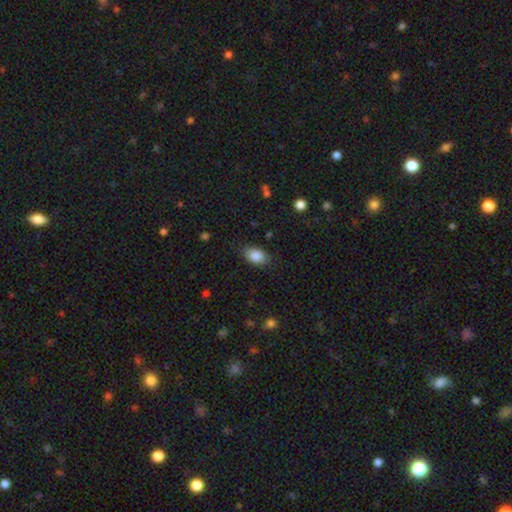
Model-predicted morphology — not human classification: This is clearly a smooth galaxy (87%). How rounded: clearly in between (88%). Merging: clearly none (82%).